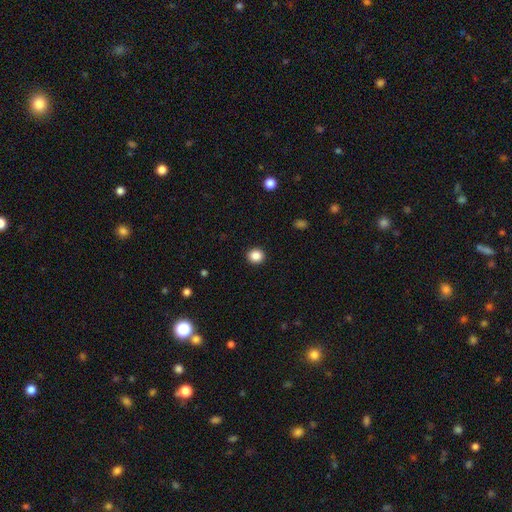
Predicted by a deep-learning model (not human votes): The model was most divided on "smooth or featured": smooth: 87%, star or artifact: 10%, featured or disk: 3%. More confident: merging — none (93%); how rounded — round (90%).